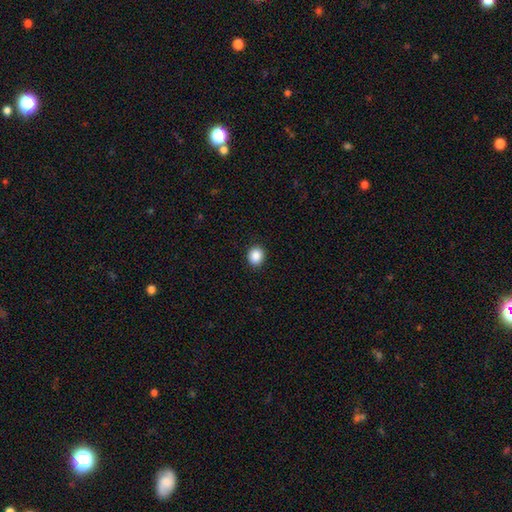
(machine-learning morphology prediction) Overall: smooth (89%). How rounded: round (69%; in between 31%). Merging: none (91%).